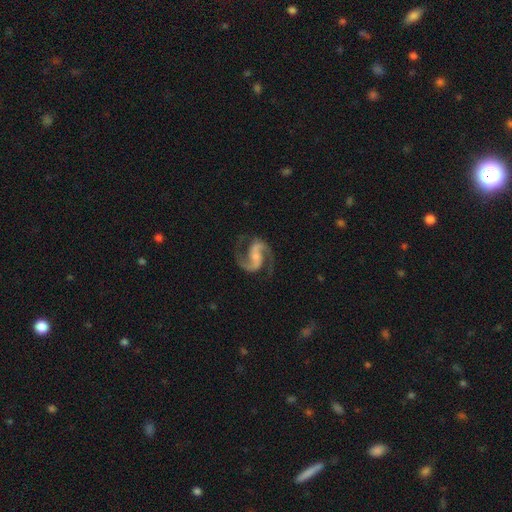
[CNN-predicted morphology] The model was most divided on "bar": weak: 39%, no: 31%, strong: 30%. More confident: spiral arms — yes (98%); edge-on disk — no (98%); spiral arm count — 2 (94%); smooth or featured — featured or disk (93%); merging — none (79%); spiral winding — medium (63%); bulge size — small (52%).